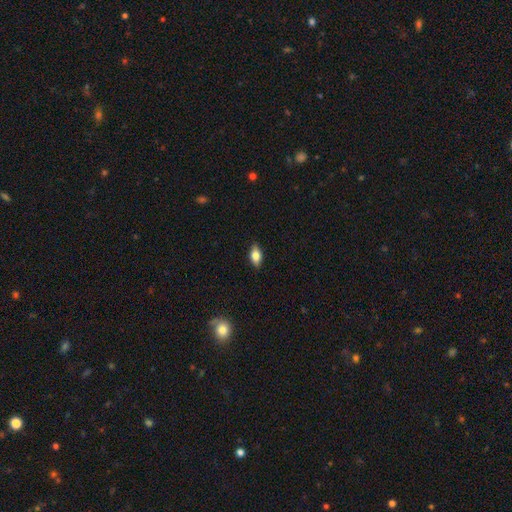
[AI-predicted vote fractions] smooth 74%, featured or disk 18%, star or artifact 8%. Down the decision tree: how rounded — in between (86%); merging — none (85%).